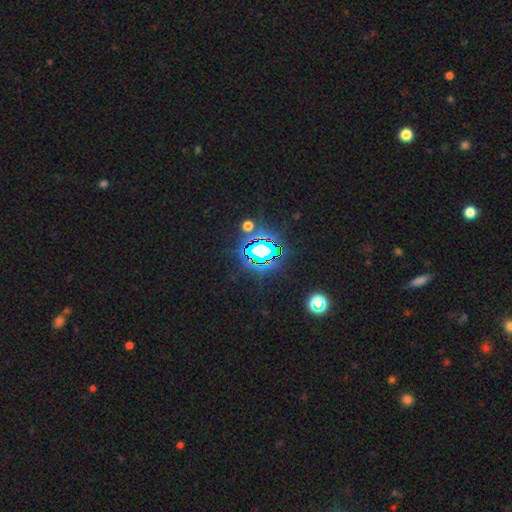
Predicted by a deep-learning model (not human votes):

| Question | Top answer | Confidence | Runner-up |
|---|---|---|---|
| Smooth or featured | star or artifact | 78% | smooth (13%) |